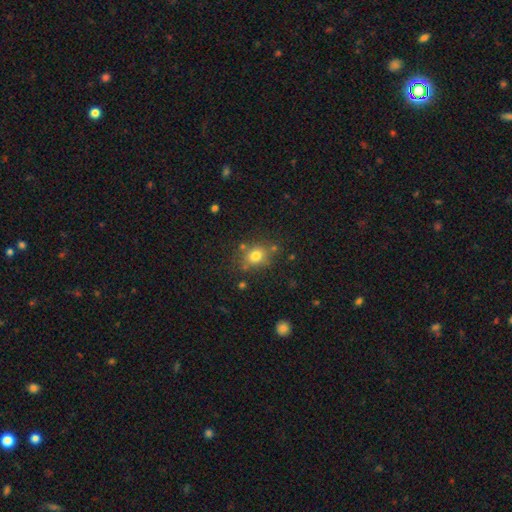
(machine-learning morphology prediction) smooth-or-featured: smooth: 77% | star or artifact: 14% | featured or disk: 9%
  how-rounded: round: 62% | in between: 37% | cigar-shaped: 1%
  merging: none: 74% | minor disturbance: 14% | merger: 7% | major disturbance: 5%